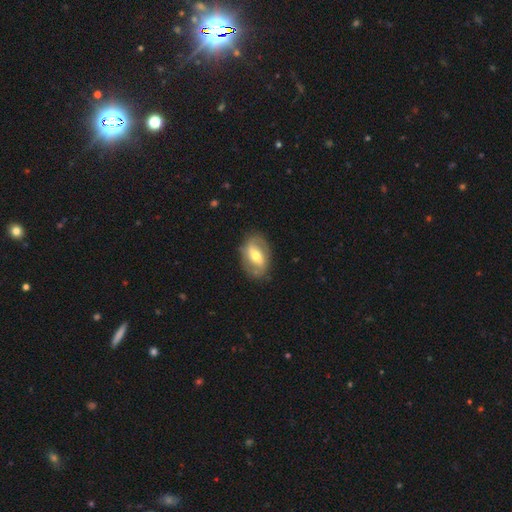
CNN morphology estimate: Smooth or featured? Predicted: featured or disk (p=0.67). Edge-on disk? Predicted: no (p=0.93). Bar? Predicted: strong (p=0.46). Spiral arms? Predicted: yes (p=0.70). Bulge size? Predicted: moderate (p=0.65). Merging? Predicted: none (p=0.79).